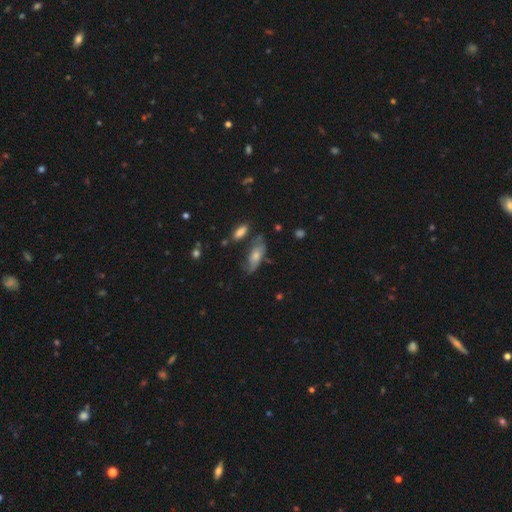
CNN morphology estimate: A smooth galaxy with no disk features (57%) that is in between round and cigar-shaped (78%).

Vote fractions:
- Smooth or featured? smooth: 57% / featured or disk: 35% / star or artifact: 8%
- How rounded? in between: 78% / cigar-shaped: 19% / round: 3%
- Merging? none: 50% / minor disturbance: 30% / major disturbance: 13% / merger: 7%